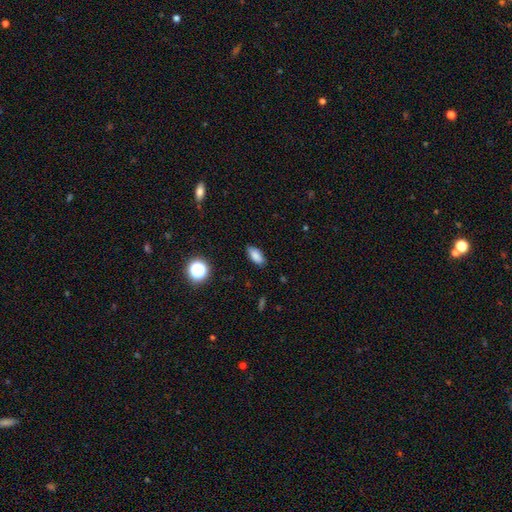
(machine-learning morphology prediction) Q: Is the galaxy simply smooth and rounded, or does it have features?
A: smooth — 85%.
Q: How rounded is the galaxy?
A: in between — 86%.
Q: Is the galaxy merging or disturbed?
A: none — 87%.